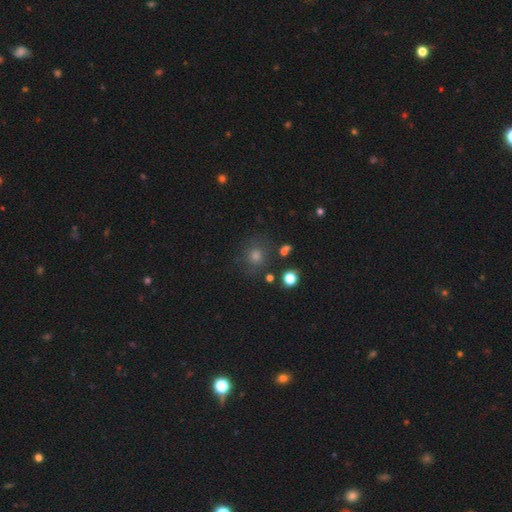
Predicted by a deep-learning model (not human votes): Smooth or featured?
  - smooth: 61% *
  - star or artifact: 28%
  - featured or disk: 11%
How rounded?
  - round: 86% *
  - in between: 13%
  - cigar-shaped: 1%
Merging?
  - none: 78% *
  - minor disturbance: 12%
  - major disturbance: 5%
  - merger: 5%